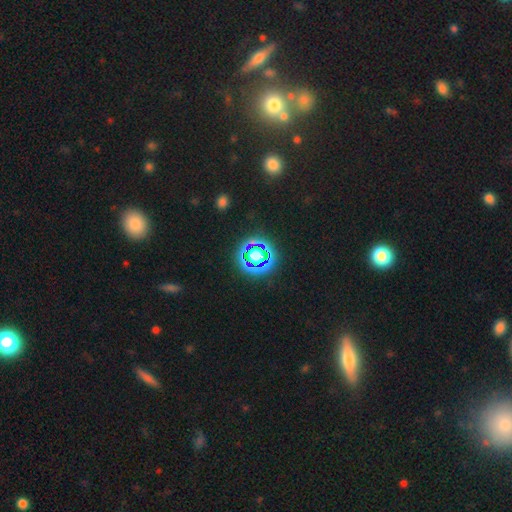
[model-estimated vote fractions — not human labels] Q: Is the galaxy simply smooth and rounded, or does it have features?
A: star or artifact — 61%.